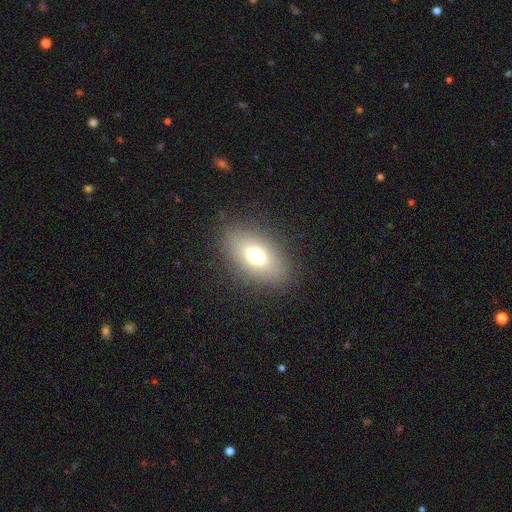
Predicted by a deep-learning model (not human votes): Smooth or featured: smooth — 67% (featured or disk — 18%)
How rounded: in between — 82% (round — 15%)
Merging: none — 84% (minor disturbance — 10%)